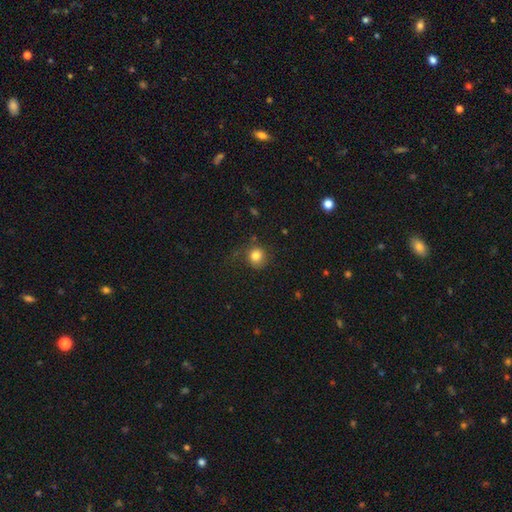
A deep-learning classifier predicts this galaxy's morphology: Q: Smooth or featured?
A: smooth (82%); runner-up: star or artifact (11%)
Q: How rounded?
A: round (84%); runner-up: in between (15%)
Q: Merging?
A: none (68%); runner-up: minor disturbance (19%)